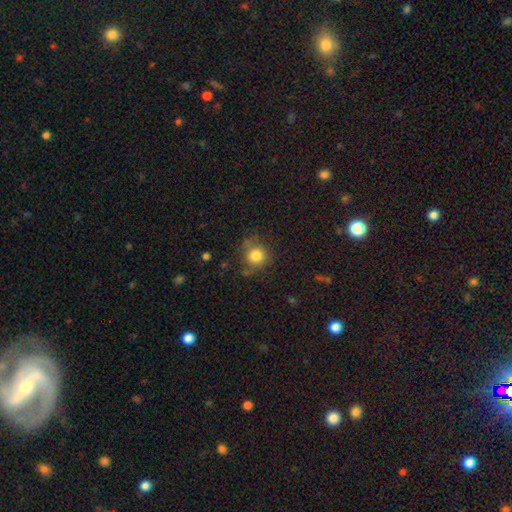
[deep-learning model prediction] This appears to be a smooth galaxy with no disk features (81%) that is round (85%). Merging: none (66%).